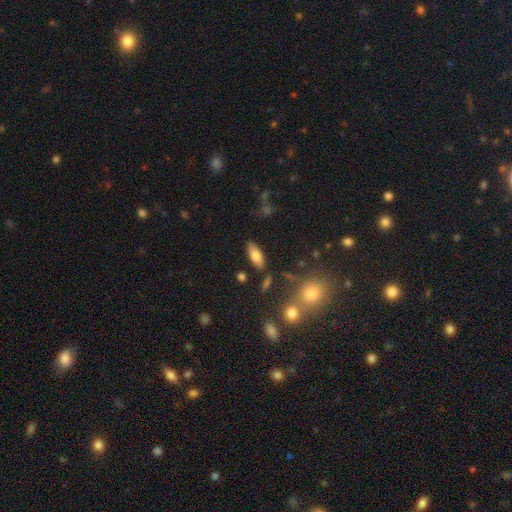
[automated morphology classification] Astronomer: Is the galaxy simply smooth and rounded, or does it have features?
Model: smooth — 75%.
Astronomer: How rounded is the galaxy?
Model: in between — 79%.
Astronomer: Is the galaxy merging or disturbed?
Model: none — 82%.